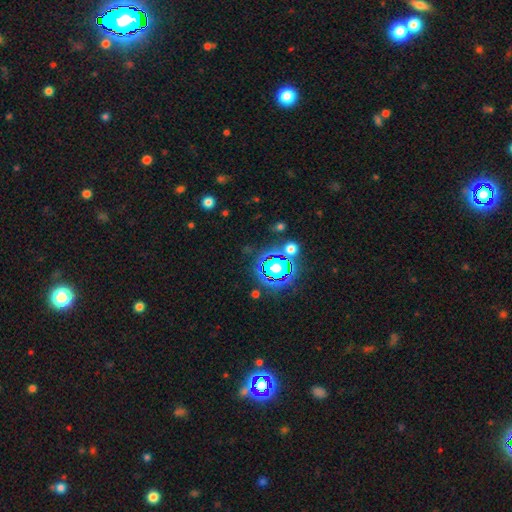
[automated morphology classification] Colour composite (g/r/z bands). It shows a star or artifact, not a galaxy (79%).